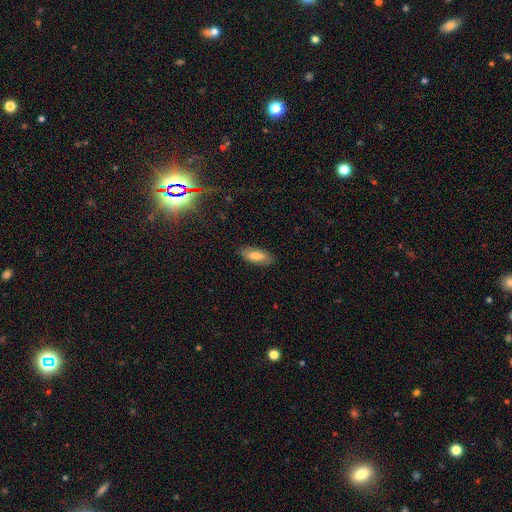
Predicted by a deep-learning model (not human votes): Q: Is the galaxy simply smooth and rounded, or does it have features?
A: smooth — 74%.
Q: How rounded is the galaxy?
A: in between — 76%.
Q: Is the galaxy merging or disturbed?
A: none — 86%.